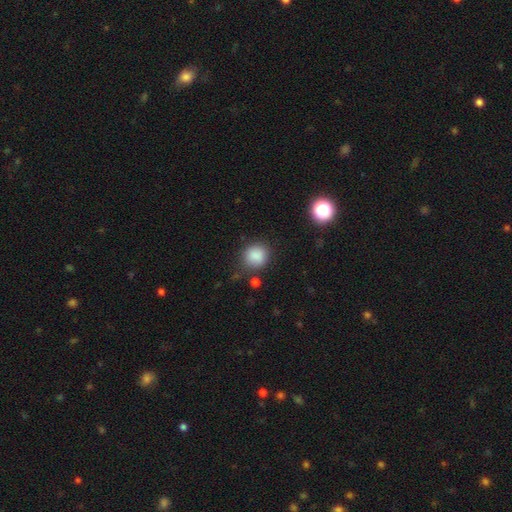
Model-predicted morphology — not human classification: smooth 85%, star or artifact 10%, featured or disk 5%. Down the decision tree: how rounded — round (80%); merging — none (75%).